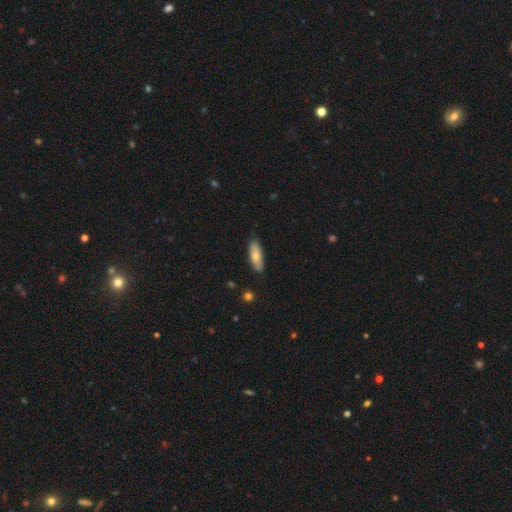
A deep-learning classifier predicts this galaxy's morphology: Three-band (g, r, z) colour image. It shows a smooth galaxy with no disk features (70%) that is in between round and cigar-shaped (61%). Merging: none (85%).